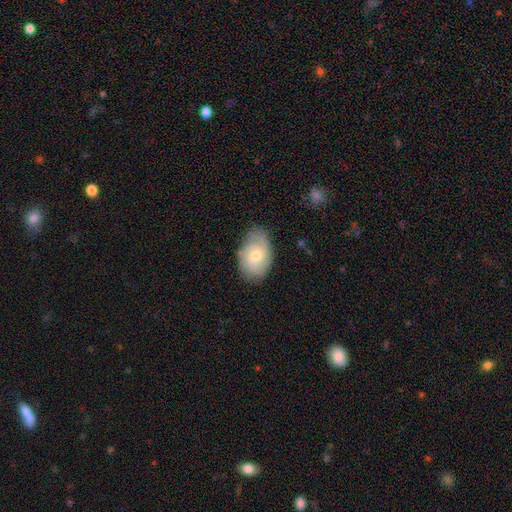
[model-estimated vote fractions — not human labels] This is possibly a featured or disk galaxy (60%). It is clearly not viewed edge-on (96%). Bar: likely no (64%). Spiral arm pattern: clearly yes (89%). Spiral arm count: marginally 2 (35%). Spiral winding: possibly tight (46%). Central bulge: possibly moderate (52%). Merging: likely none (73%).